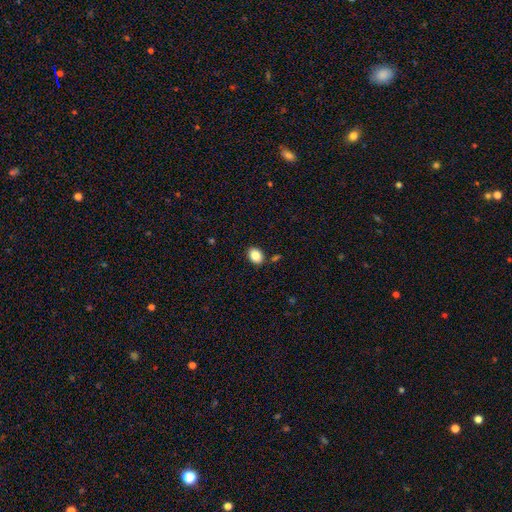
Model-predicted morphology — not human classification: smooth 87%, star or artifact 8%, featured or disk 4%. Down the decision tree: how rounded — in between (62%); merging — none (85%).